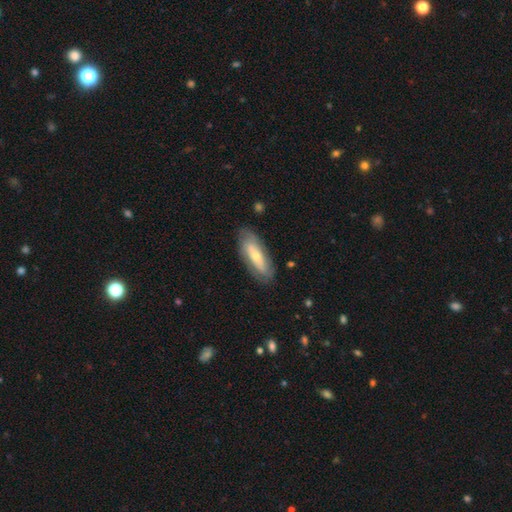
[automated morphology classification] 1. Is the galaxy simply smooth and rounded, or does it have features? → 48% featured or disk, 46% smooth, 6% star or artifact.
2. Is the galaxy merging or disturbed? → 78% none, 16% minor disturbance, 5% major disturbance, 1% merger.